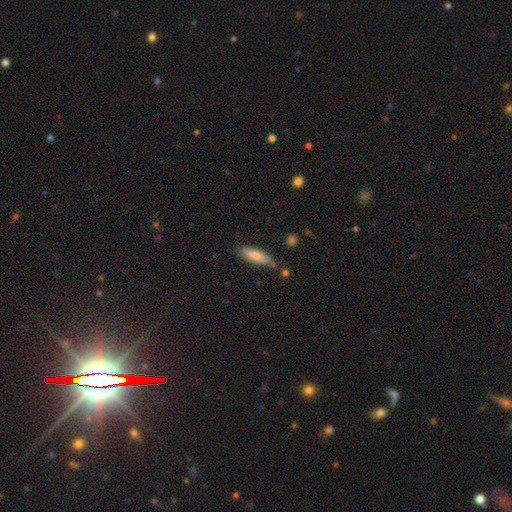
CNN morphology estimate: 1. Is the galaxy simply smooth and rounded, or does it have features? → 76% smooth, 18% featured or disk, 6% star or artifact.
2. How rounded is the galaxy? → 63% cigar-shaped, 35% in between, 2% round.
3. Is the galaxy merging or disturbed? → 76% none, 16% minor disturbance, 4% merger, 3% major disturbance.